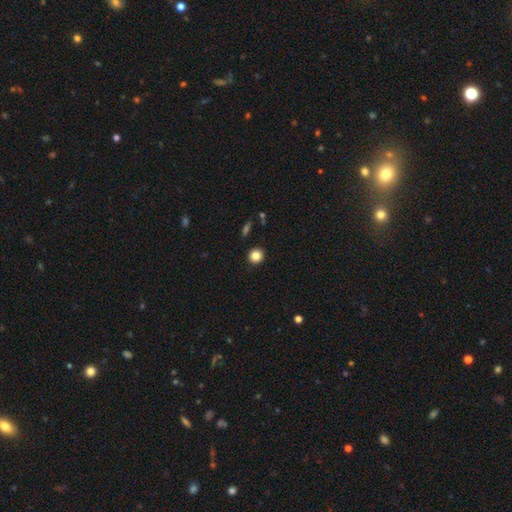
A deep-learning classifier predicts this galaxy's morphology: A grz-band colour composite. It shows a smooth galaxy with no disk features (84%) that is round (93%). Merging: none (91%).